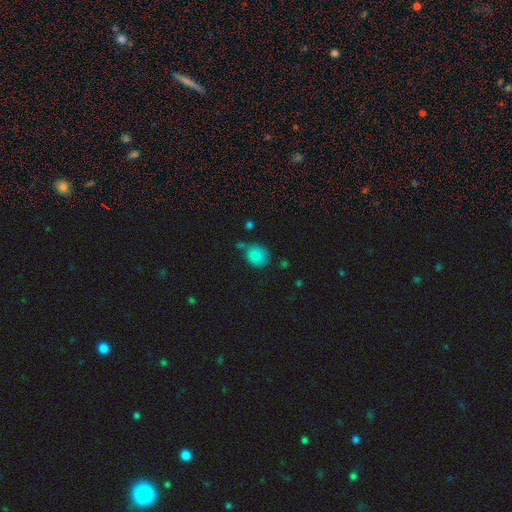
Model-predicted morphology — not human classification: type=smooth (83%); roundness=round (57%); merging=none (56%).